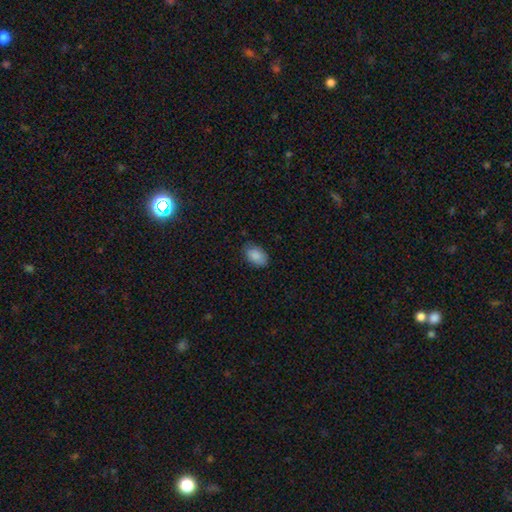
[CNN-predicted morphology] smooth 89%, star or artifact 7%, featured or disk 4%. Down the decision tree: how rounded — in between (90%); merging — none (81%).